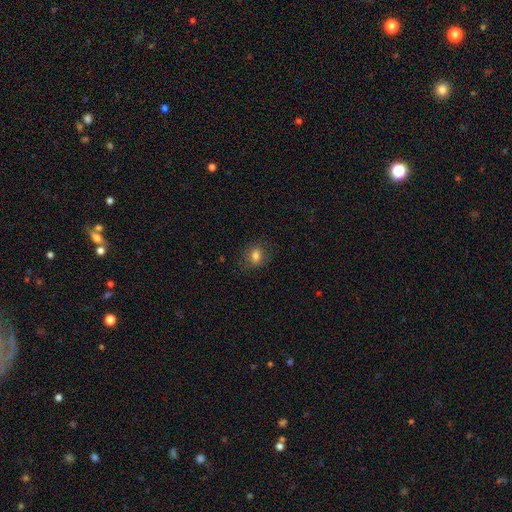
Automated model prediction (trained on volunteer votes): Smooth or featured? smooth (77%)
How rounded? round (51%)
Merging? none (80%)